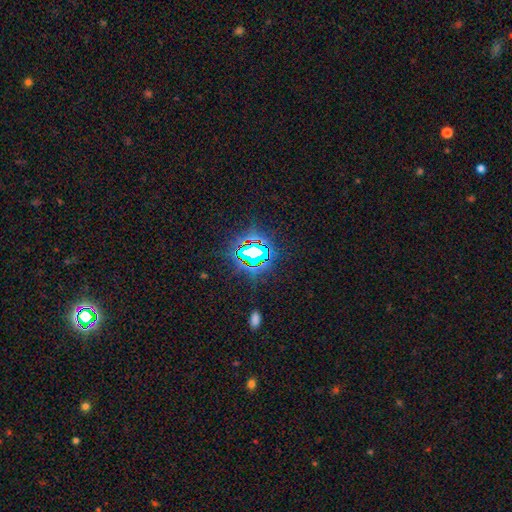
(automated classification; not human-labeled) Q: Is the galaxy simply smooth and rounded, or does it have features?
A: star or artifact — 73%.